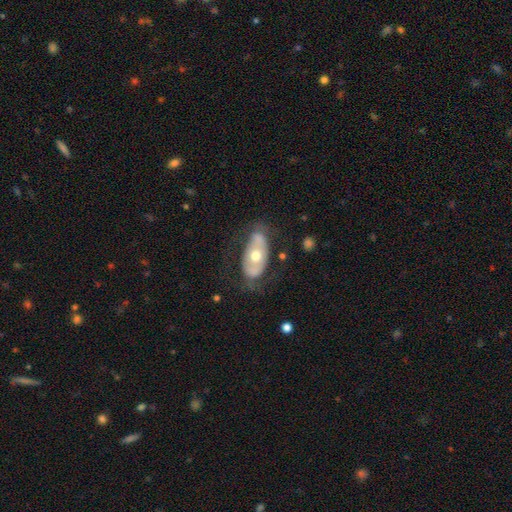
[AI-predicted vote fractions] The model was most divided on "smooth or featured": featured or disk: 58%, smooth: 36%, star or artifact: 6%. More confident: edge-on disk — no (87%); bar — no (79%); bulge size — moderate (73%); spiral arms — no (68%); merging — none (66%).